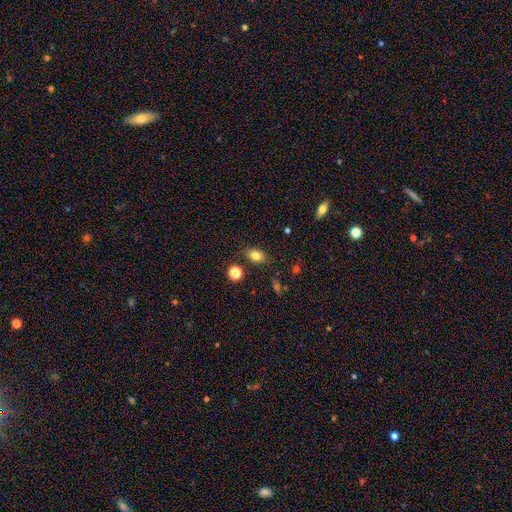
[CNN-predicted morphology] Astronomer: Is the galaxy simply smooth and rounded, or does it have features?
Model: smooth — 79%.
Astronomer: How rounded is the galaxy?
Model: in between — 74%.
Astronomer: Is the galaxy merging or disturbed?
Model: none — 80%.